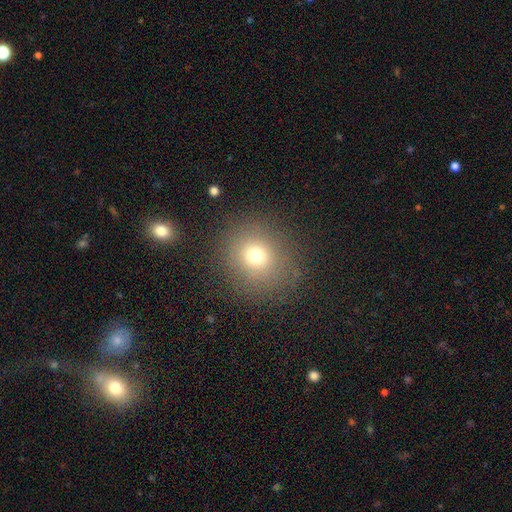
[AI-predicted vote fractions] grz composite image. It shows a smooth galaxy with no disk features (70%) that is round (87%). Merging: none (85%).